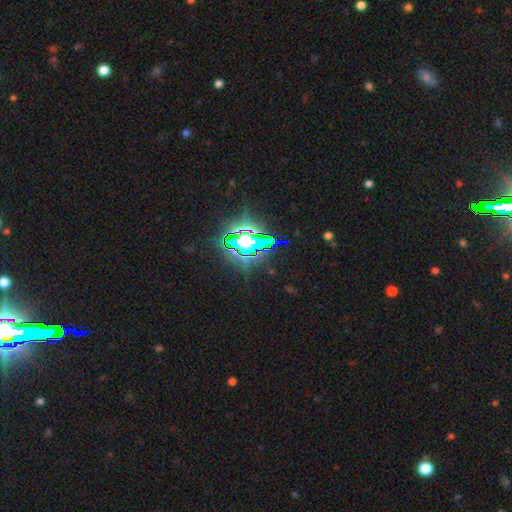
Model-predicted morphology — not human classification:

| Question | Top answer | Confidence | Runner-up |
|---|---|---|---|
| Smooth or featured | star or artifact | 84% | smooth (9%) |